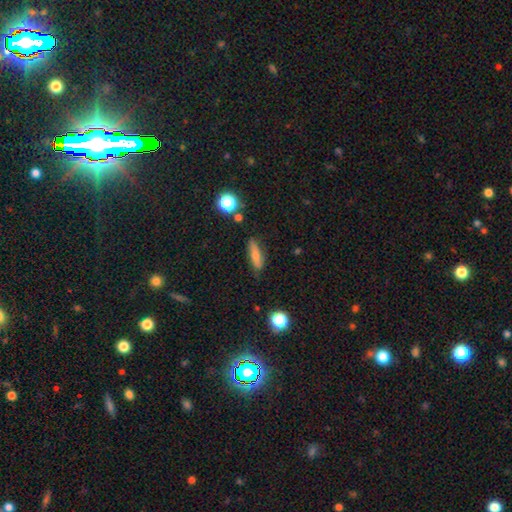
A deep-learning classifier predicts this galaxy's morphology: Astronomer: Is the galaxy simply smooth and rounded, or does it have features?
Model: smooth — 68%.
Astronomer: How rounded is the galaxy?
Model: cigar-shaped — 62%.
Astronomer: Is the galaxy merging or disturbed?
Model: none — 77%.